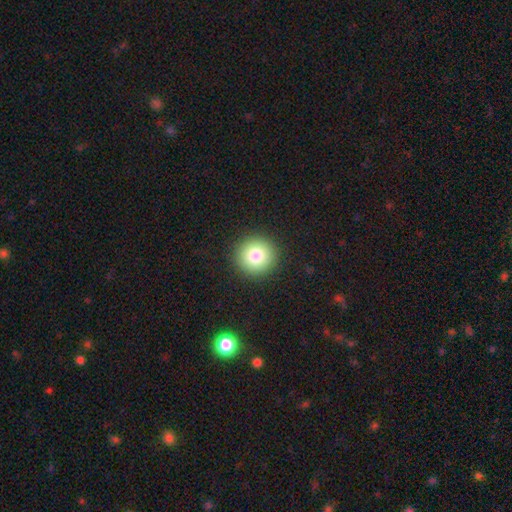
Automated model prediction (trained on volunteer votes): A smooth galaxy with no disk features (81%) that is round (95%).

Vote fractions:
- Smooth or featured? smooth: 81% / star or artifact: 11% / featured or disk: 8%
- How rounded? round: 95% / in between: 4% / cigar-shaped: 1%
- Merging? none: 92% / minor disturbance: 5% / major disturbance: 2% / merger: 1%